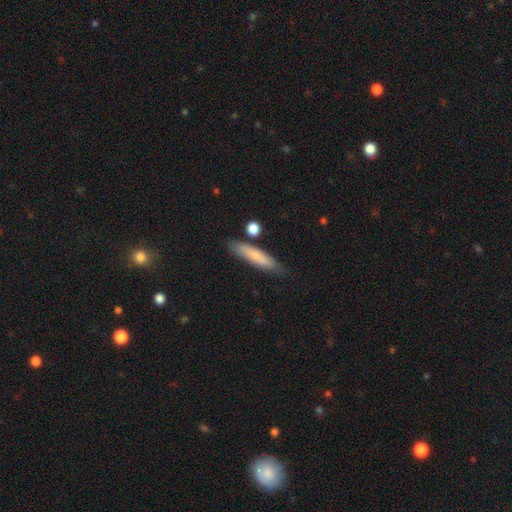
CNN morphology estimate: Smooth or featured?
  - smooth: 74% *
  - featured or disk: 19%
  - star or artifact: 7%
How rounded?
  - cigar-shaped: 82% *
  - in between: 16%
  - round: 2%
Merging?
  - none: 80% *
  - minor disturbance: 13%
  - merger: 5%
  - major disturbance: 3%